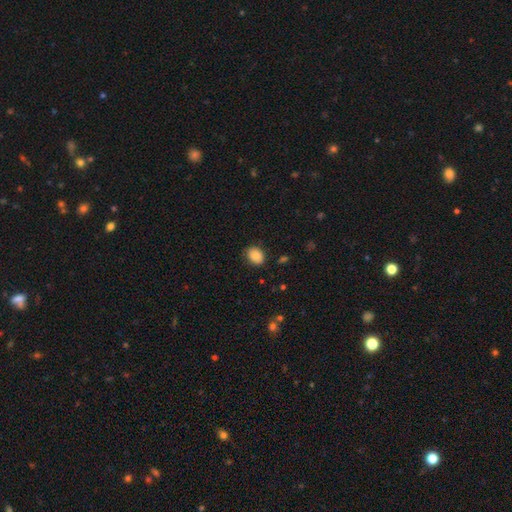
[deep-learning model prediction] smooth_or_featured: smooth (p=0.86) [alt: star or artifact p=0.08]
how_rounded: in between (p=0.61) [alt: round p=0.38]
merging: none (p=0.81) [alt: minor disturbance p=0.15]